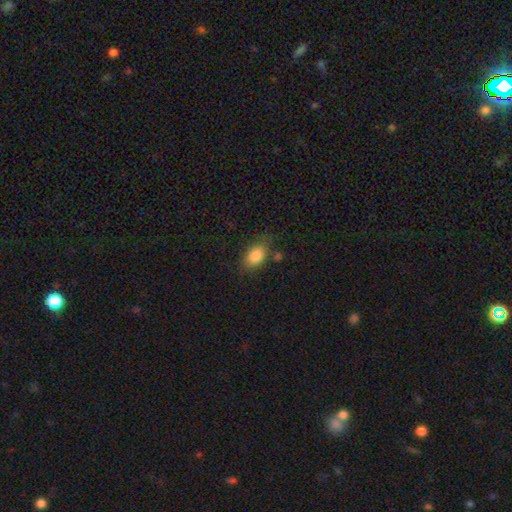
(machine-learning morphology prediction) Smooth or featured: smooth — 84% (star or artifact — 8%)
How rounded: in between — 86% (round — 12%)
Merging: none — 70% (minor disturbance — 19%)